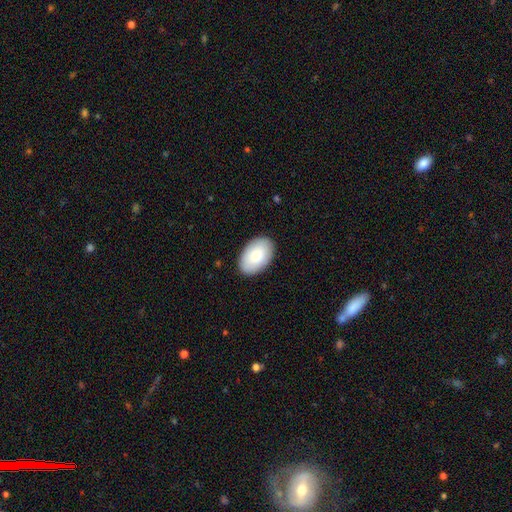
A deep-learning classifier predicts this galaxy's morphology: Smooth or featured: smooth — 83% (featured or disk — 12%)
How rounded: in between — 92% (round — 7%)
Merging: none — 88% (minor disturbance — 9%)